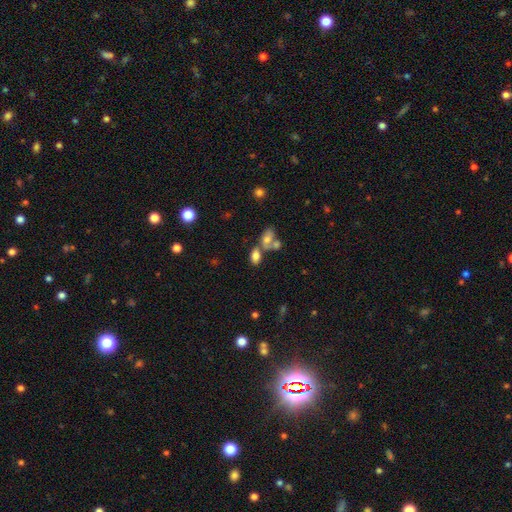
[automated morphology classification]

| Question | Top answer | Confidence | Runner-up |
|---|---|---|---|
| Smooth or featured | smooth | 73% | featured or disk (14%) |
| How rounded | in between | 87% | round (10%) |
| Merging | merger | 42% | none (41%) |